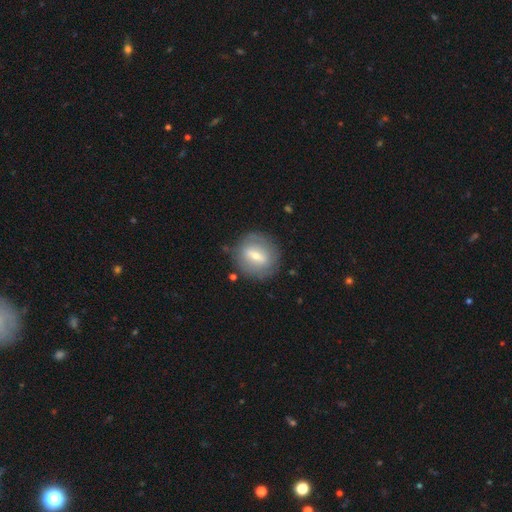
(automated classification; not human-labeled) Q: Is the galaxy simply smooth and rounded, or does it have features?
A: featured or disk — 49%.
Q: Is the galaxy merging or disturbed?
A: none — 79%.